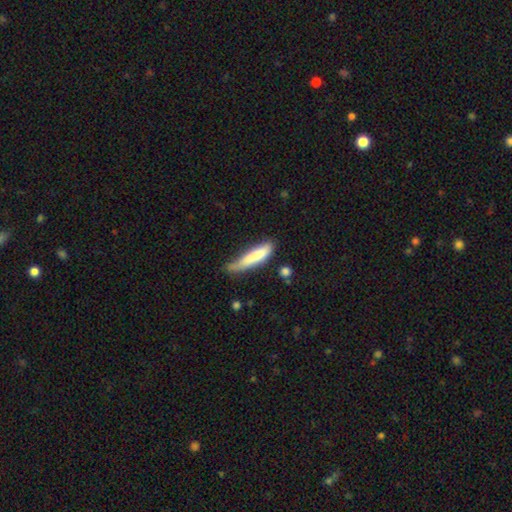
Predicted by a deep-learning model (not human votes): smooth-or-featured: smooth: 76% | featured or disk: 18% | star or artifact: 6%
  how-rounded: cigar-shaped: 81% | in between: 17% | round: 1%
  merging: none: 41% | minor disturbance: 38% | major disturbance: 15% | merger: 6%